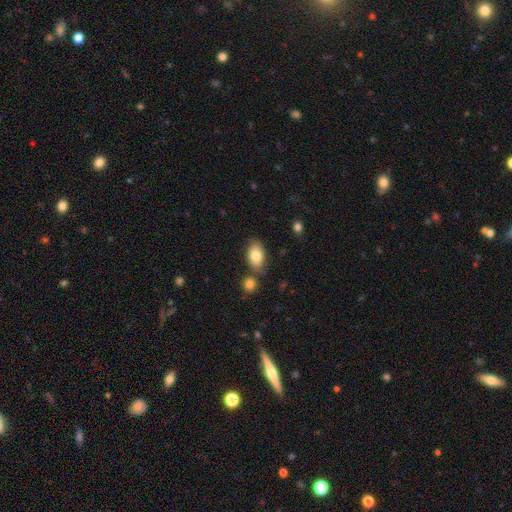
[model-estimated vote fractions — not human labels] A smooth galaxy with no disk features (83%) that is in between round and cigar-shaped (92%).

Vote fractions:
- Smooth or featured? smooth: 83% / featured or disk: 10% / star or artifact: 7%
- How rounded? in between: 92% / round: 7% / cigar-shaped: 2%
- Merging? none: 73% / minor disturbance: 13% / merger: 11% / major disturbance: 3%